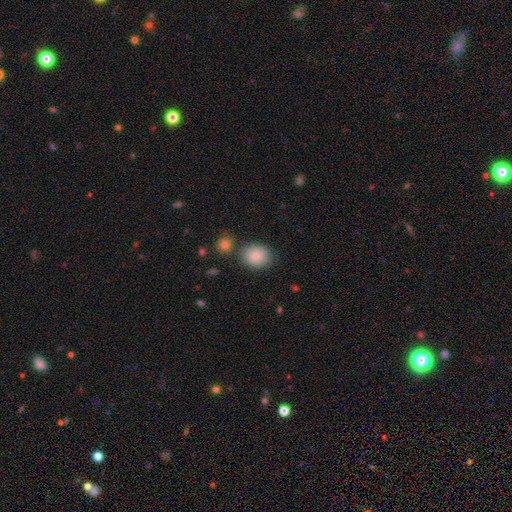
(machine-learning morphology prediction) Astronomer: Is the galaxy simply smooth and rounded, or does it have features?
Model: smooth — 85%.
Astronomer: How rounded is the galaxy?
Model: round — 59% (runner-up: in between, 40%).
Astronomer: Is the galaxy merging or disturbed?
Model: none — 77%.